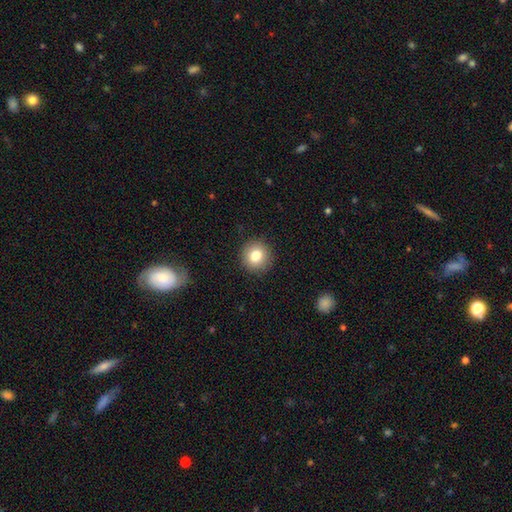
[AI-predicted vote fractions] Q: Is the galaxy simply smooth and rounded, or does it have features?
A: smooth — 81%.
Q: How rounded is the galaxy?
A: round — 93%.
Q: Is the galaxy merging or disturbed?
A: none — 91%.